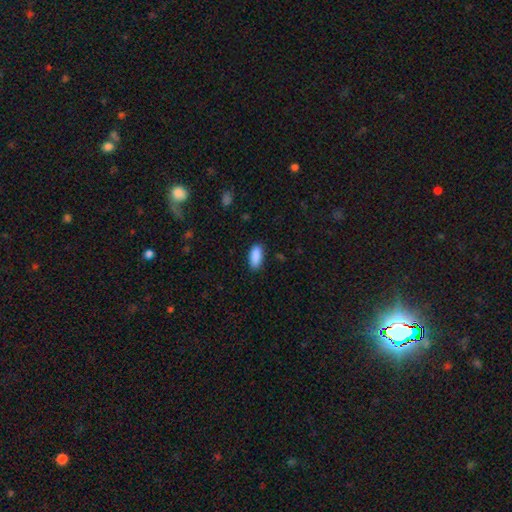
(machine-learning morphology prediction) smooth_or_featured: smooth (p=0.90) [alt: star or artifact p=0.07]
how_rounded: in between (p=0.87) [alt: cigar-shaped p=0.11]
merging: none (p=0.86) [alt: minor disturbance p=0.11]